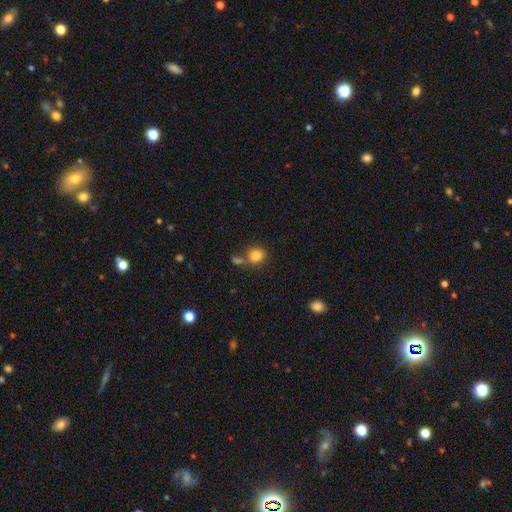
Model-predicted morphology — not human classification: A smooth galaxy with no disk features (83%) that is round (75%). Merging: none (62%).